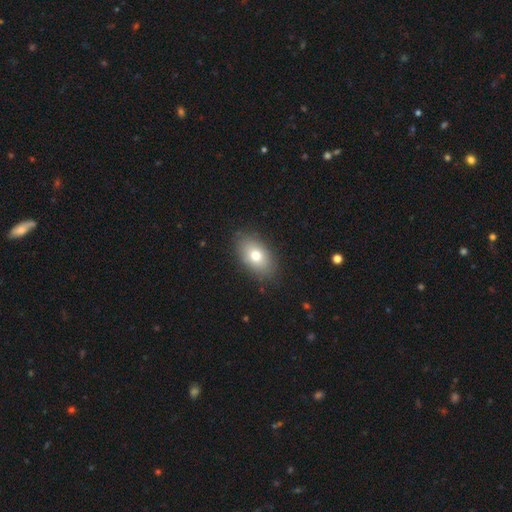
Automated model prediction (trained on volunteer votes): Smooth or featured: smooth — 74% (featured or disk — 17%)
How rounded: in between — 87% (round — 11%)
Merging: none — 85% (minor disturbance — 11%)